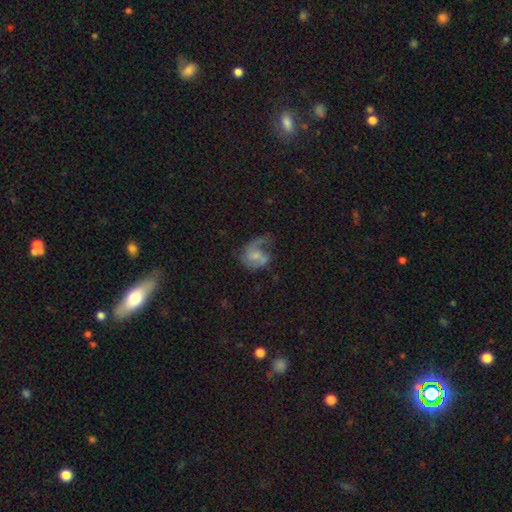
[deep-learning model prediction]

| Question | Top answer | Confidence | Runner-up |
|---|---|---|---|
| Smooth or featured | featured or disk | 61% | smooth (31%) |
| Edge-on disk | no | 98% | yes (2%) |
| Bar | no | 58% | weak (35%) |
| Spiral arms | yes | 82% | no (18%) |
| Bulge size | small | 41% | moderate (28%) |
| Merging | major disturbance | 43% | none (30%) |